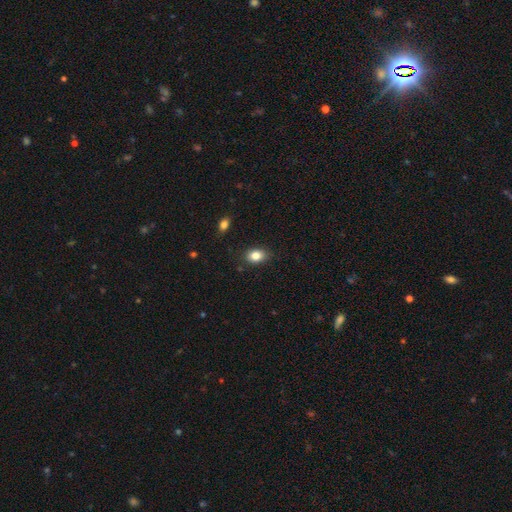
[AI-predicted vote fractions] Morphology: type=smooth (84%); roundness=in between (76%); merging=none (84%).